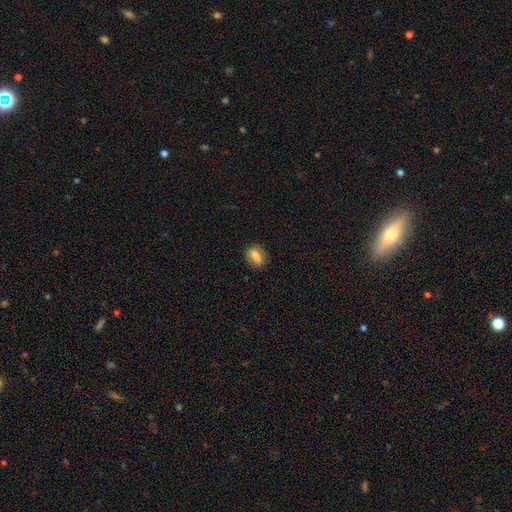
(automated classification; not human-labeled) Smooth or featured?
  - smooth: 68% *
  - featured or disk: 23%
  - star or artifact: 9%
How rounded?
  - in between: 63% *
  - round: 31%
  - cigar-shaped: 6%
Merging?
  - none: 82% *
  - minor disturbance: 13%
  - major disturbance: 4%
  - merger: 1%